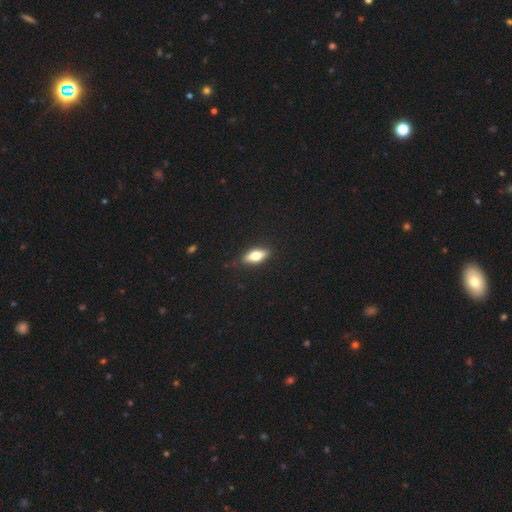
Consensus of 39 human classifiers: Q: Smooth or featured?
A: smooth (59%); runner-up: featured or disk (31%)
Q: How rounded?
A: in between (87%); runner-up: cigar-shaped (13%)
Q: Merging?
A: none (86%); runner-up: minor disturbance (11%)